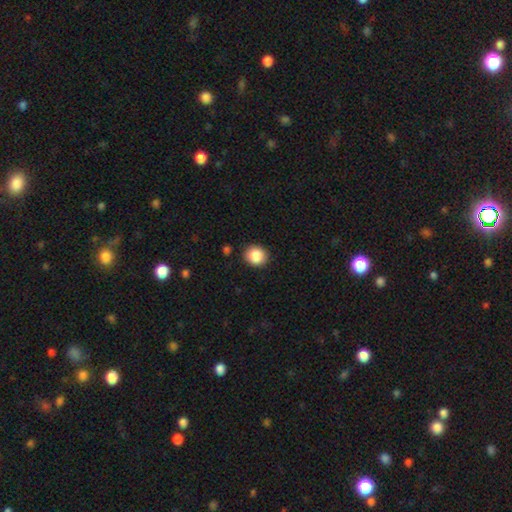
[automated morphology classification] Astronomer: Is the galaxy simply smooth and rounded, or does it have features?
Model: smooth — 87%.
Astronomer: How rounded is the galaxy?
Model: round — 80%.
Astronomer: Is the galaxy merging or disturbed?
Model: none — 88%.